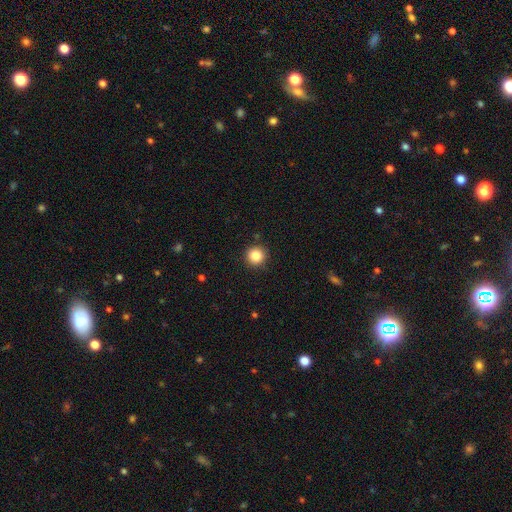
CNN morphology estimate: A smooth galaxy with no disk features (85%) that is round (95%).

Vote fractions:
- Smooth or featured? smooth: 85% / star or artifact: 10% / featured or disk: 5%
- How rounded? round: 95% / in between: 4% / cigar-shaped: 1%
- Merging? none: 92% / minor disturbance: 5% / major disturbance: 2% / merger: 1%